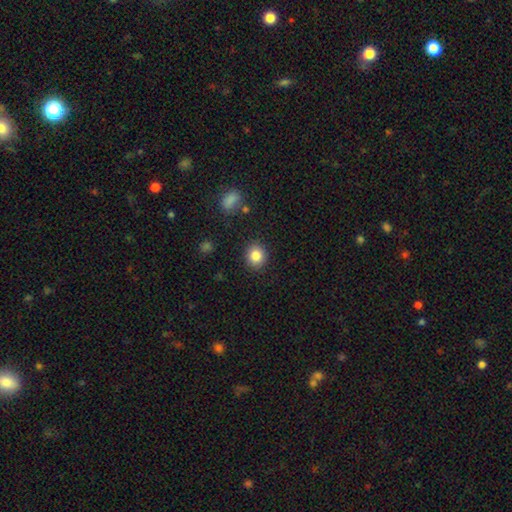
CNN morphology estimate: smooth_or_featured: smooth (p=0.84) [alt: star or artifact p=0.10]
how_rounded: round (p=0.78) [alt: in between p=0.21]
merging: none (p=0.89) [alt: minor disturbance p=0.07]